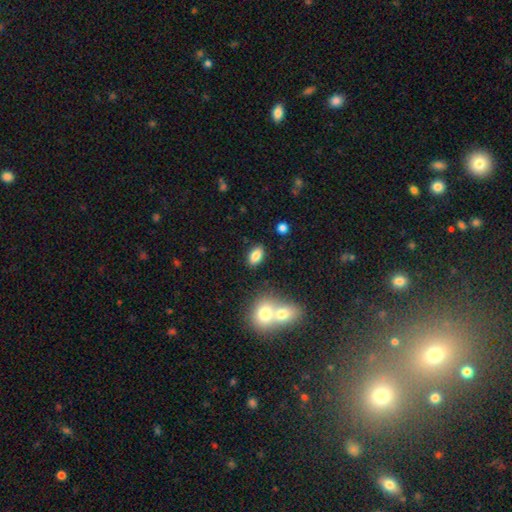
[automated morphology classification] type=smooth (84%); roundness=in between (90%); merging=none (84%).